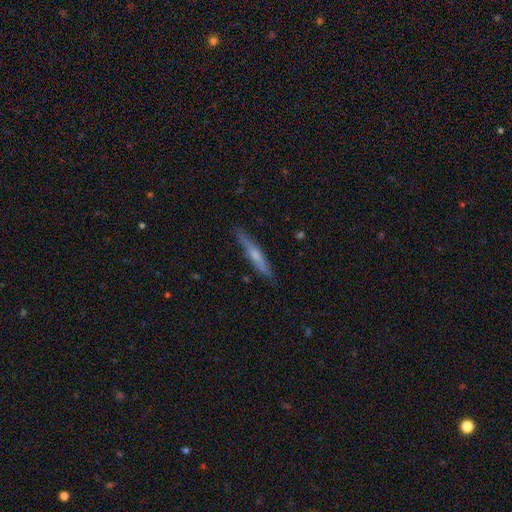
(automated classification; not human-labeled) This is possibly a featured or disk galaxy (55%). It is clearly viewed edge-on (95%). Edge-on bulge: likely rounded (68%). Merging: clearly none (86%).